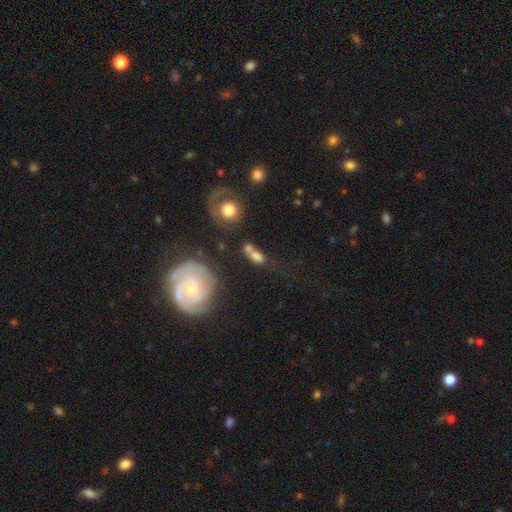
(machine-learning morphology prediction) A smooth galaxy with no disk features (57%) that is in between round and cigar-shaped (64%).

Vote fractions:
- Smooth or featured? smooth: 57% / featured or disk: 30% / star or artifact: 14%
- How rounded? in between: 64% / round: 24% / cigar-shaped: 12%
- Merging? none: 42% / merger: 24% / minor disturbance: 19% / major disturbance: 14%